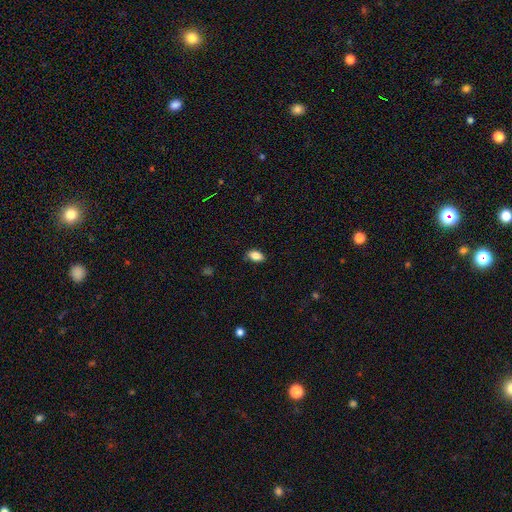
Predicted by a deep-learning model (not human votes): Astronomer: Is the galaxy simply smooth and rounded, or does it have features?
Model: smooth — 86%.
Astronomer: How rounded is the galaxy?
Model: in between — 90%.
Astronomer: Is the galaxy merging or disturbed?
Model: none — 84%.